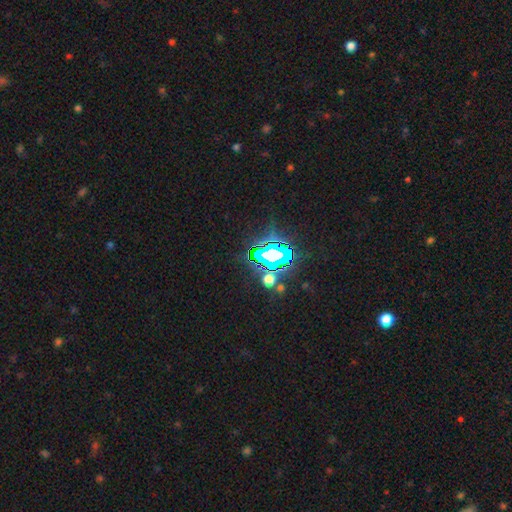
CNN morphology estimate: smooth-or-featured: star or artifact: 86% | smooth: 8% | featured or disk: 6%